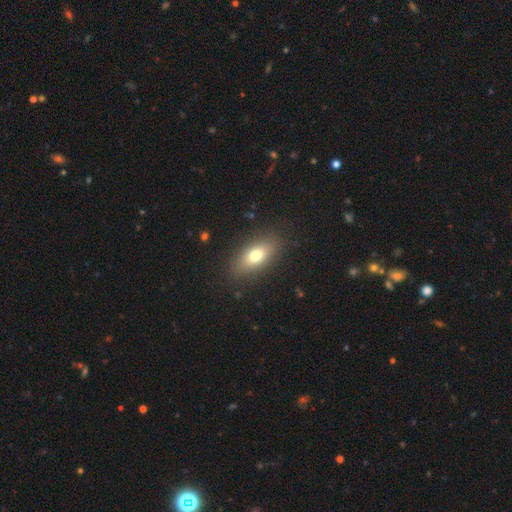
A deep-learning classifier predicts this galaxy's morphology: The model was most divided on "smooth or featured": smooth: 73%, featured or disk: 18%, star or artifact: 9%. More confident: merging — none (86%); how rounded — in between (82%).